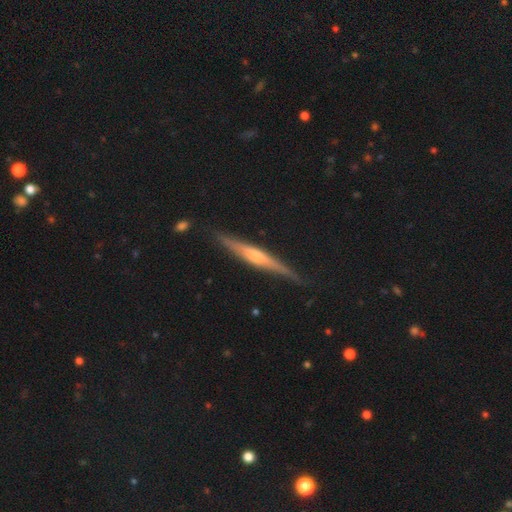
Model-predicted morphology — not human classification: Smooth or featured? Predicted: featured or disk (p=0.66). Edge-on disk? Predicted: yes (p=0.97). Edge-on bulge? Predicted: rounded (p=0.49). Merging? Predicted: none (p=0.85).